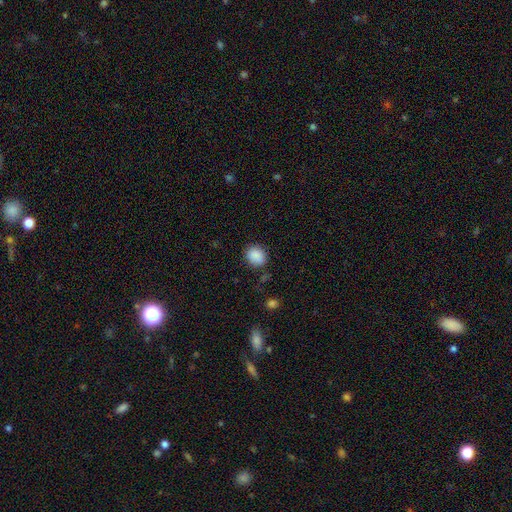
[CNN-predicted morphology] Overall: smooth (88%). How rounded: round (66%; in between 33%). Merging: none (81%).